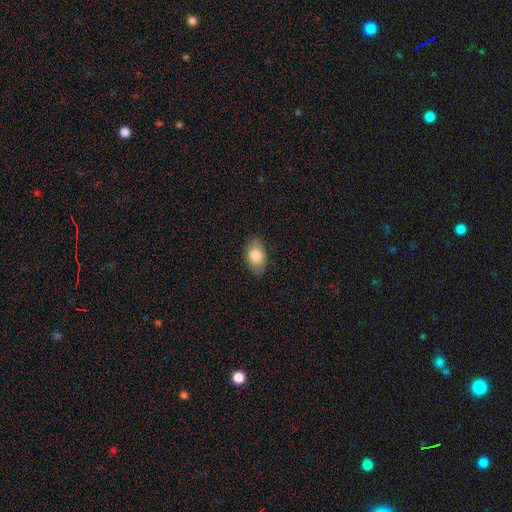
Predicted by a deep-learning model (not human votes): This appears to be a smooth galaxy with no disk features (81%) that is in between round and cigar-shaped (90%). Merging: none (84%).